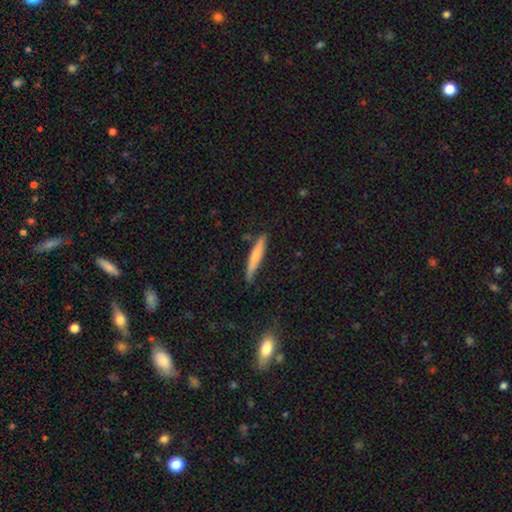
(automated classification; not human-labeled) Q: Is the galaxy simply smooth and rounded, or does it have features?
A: smooth — 65%.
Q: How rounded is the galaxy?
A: cigar-shaped — 93%.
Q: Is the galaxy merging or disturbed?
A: none — 77%.